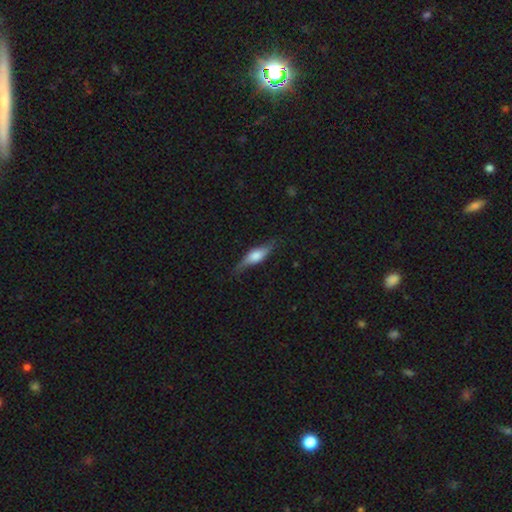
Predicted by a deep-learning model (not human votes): Smooth or featured? featured or disk (47%, tied with smooth)
Merging? none (74%)